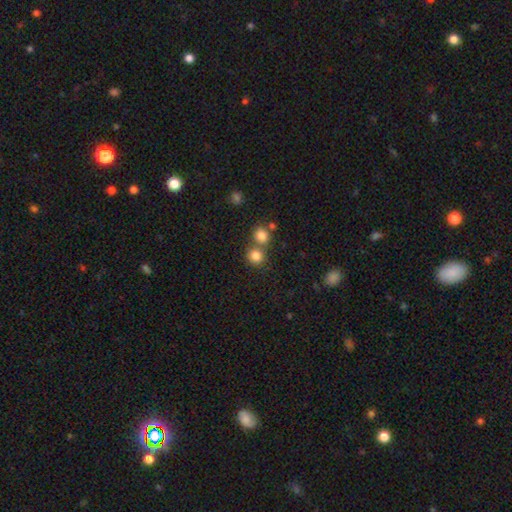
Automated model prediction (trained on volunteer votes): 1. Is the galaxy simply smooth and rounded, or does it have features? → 81% smooth, 13% star or artifact, 6% featured or disk.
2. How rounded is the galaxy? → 88% round, 11% in between, 1% cigar-shaped.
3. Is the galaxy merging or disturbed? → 60% none, 31% merger, 7% minor disturbance, 3% major disturbance.